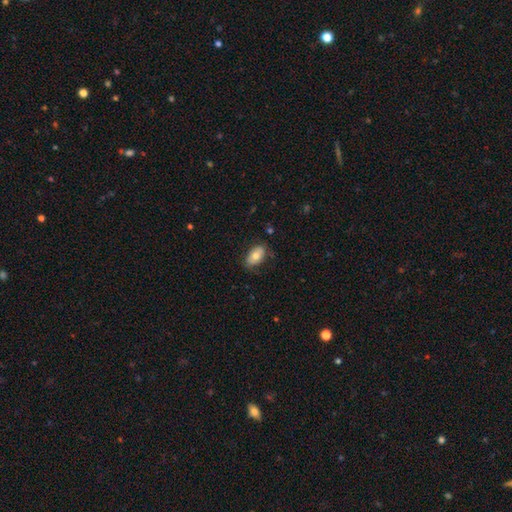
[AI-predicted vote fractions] This appears to be a smooth galaxy with no disk features (71%) that is in between round and cigar-shaped (91%). Merging: none (73%).